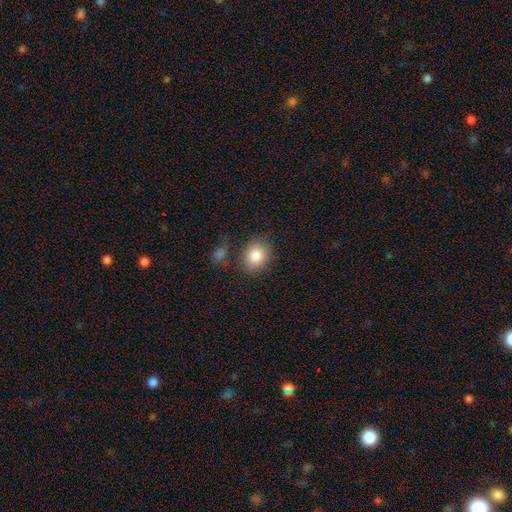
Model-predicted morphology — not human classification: Smooth or featured?
  - smooth: 84% *
  - star or artifact: 9%
  - featured or disk: 8%
How rounded?
  - round: 56% *
  - in between: 43%
  - cigar-shaped: 1%
Merging?
  - none: 76% *
  - minor disturbance: 13%
  - merger: 6%
  - major disturbance: 5%